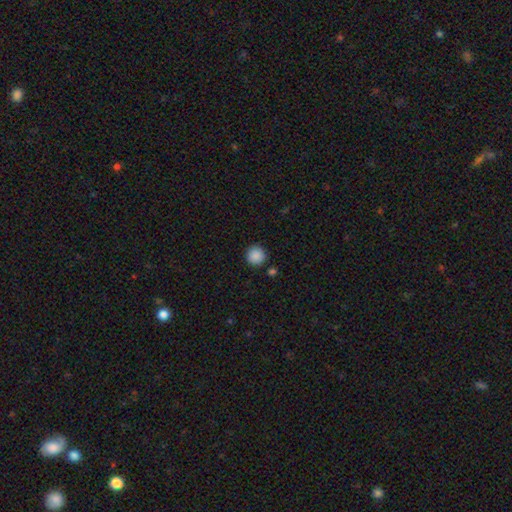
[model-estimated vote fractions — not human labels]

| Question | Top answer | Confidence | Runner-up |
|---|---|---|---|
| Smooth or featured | smooth | 88% | star or artifact (9%) |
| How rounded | round | 95% | in between (4%) |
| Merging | none | 88% | minor disturbance (7%) |